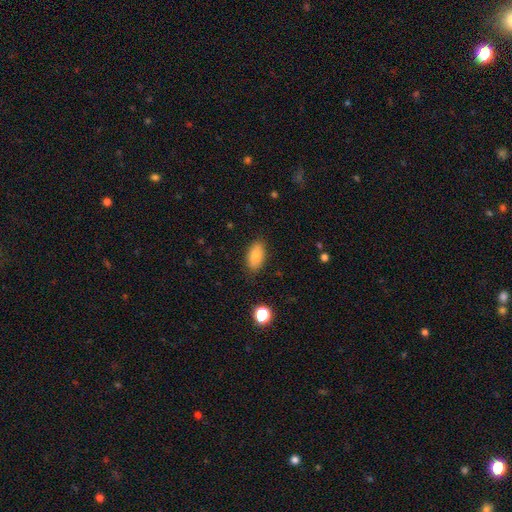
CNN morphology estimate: smooth_or_featured: smooth (p=0.79) [alt: featured or disk p=0.13]
how_rounded: in between (p=0.91) [alt: round p=0.06]
merging: none (p=0.85) [alt: minor disturbance p=0.11]